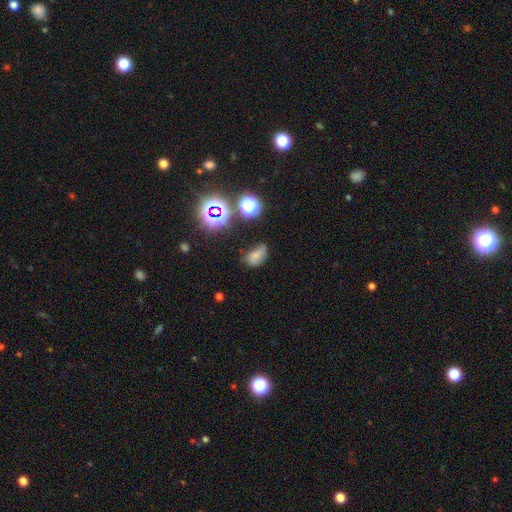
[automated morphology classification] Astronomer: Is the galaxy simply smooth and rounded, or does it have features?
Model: smooth — 59%.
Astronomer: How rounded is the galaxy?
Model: in between — 83%.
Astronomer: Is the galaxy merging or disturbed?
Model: none — 45% (runner-up: minor disturbance, 34%).